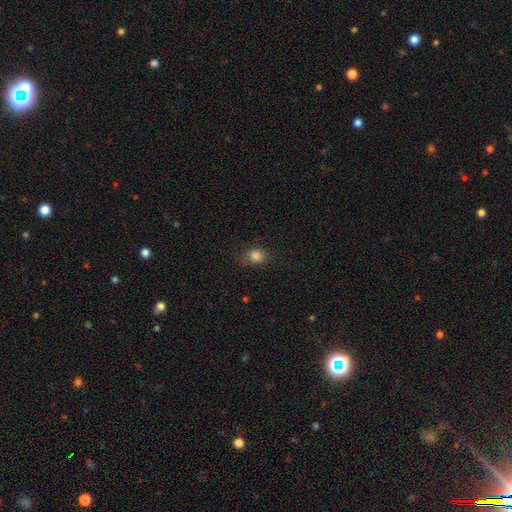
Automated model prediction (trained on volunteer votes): Smooth or featured?
  - smooth: 83% *
  - star or artifact: 12%
  - featured or disk: 5%
How rounded?
  - round: 64% *
  - in between: 35%
  - cigar-shaped: 1%
Merging?
  - none: 76% *
  - minor disturbance: 18%
  - major disturbance: 5%
  - merger: 1%